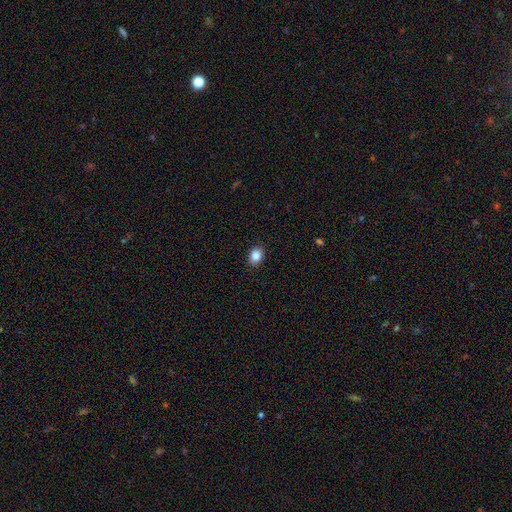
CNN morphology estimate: Smooth or featured? Predicted: smooth (p=0.87). How rounded? Predicted: in between (p=0.63). Merging? Predicted: none (p=0.89).